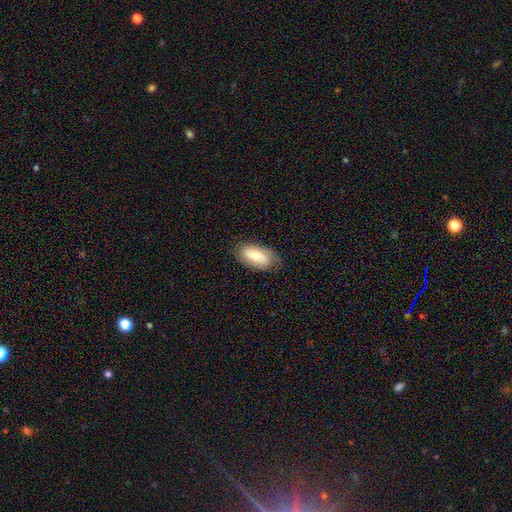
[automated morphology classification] smooth 60%, featured or disk 34%, star or artifact 7%. Down the decision tree: how rounded — in between (90%); merging — none (77%).